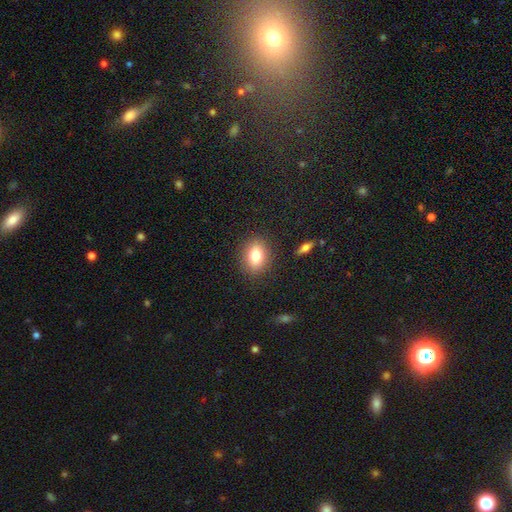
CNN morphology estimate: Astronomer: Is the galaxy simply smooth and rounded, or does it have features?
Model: smooth — 79%.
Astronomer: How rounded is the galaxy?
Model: in between — 67%.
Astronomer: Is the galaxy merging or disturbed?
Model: none — 86%.